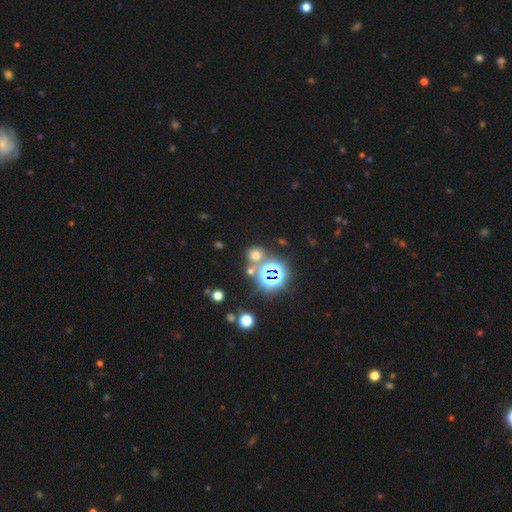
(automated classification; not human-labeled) Smooth or featured? Predicted: smooth (p=0.51). How rounded? Predicted: round (p=0.81). Merging? Predicted: none (p=0.69).